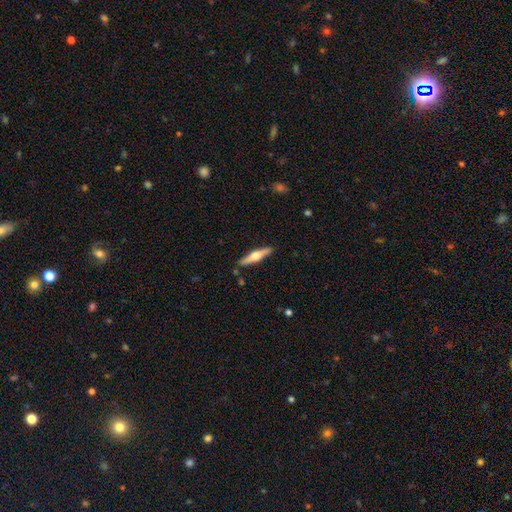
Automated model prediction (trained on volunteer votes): smooth-or-featured: featured or disk: 63% | smooth: 32% | star or artifact: 5%
  disk-edge-on: yes: 97% | no: 3%
    edge-on-bulge: rounded: 94% | boxy: 4% | none: 2%
  merging: none: 89% | minor disturbance: 7% | merger: 2% | major disturbance: 2%